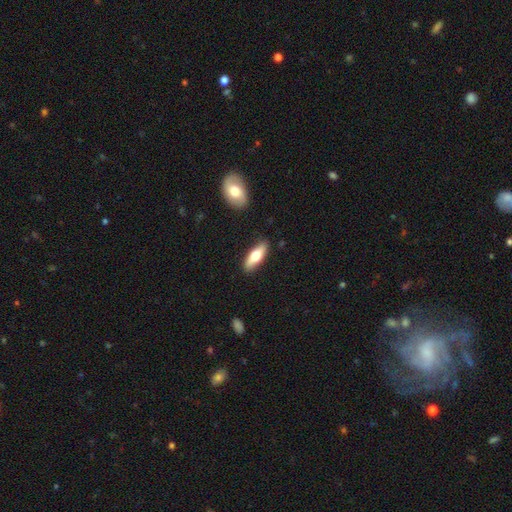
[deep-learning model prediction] Smooth or featured?
  - smooth: 64% *
  - featured or disk: 31%
  - star or artifact: 5%
How rounded?
  - in between: 57% *
  - cigar-shaped: 40%
  - round: 2%
Merging?
  - none: 86% *
  - minor disturbance: 10%
  - major disturbance: 2%
  - merger: 2%